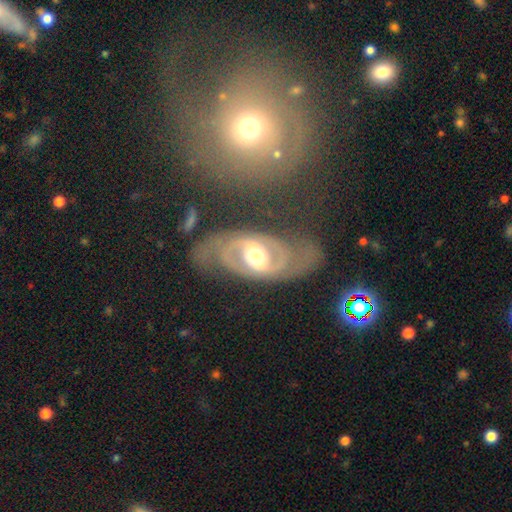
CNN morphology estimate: smooth_or_featured: featured or disk (p=0.85) [alt: smooth p=0.10]
disk_edge_on: no (p=0.95) [alt: yes p=0.05]
bar: weak (p=0.38) [alt: strong p=0.33]
has_spiral_arms: yes (p=0.87) [alt: no p=0.13]
spiral_winding: medium (p=0.45) [alt: tight p=0.35]
spiral_arm_count: 2 (p=0.89) [alt: can't tell p=0.05]
bulge_size: moderate (p=0.71) [alt: large p=0.17]
merging: none (p=0.65) [alt: minor disturbance p=0.17]